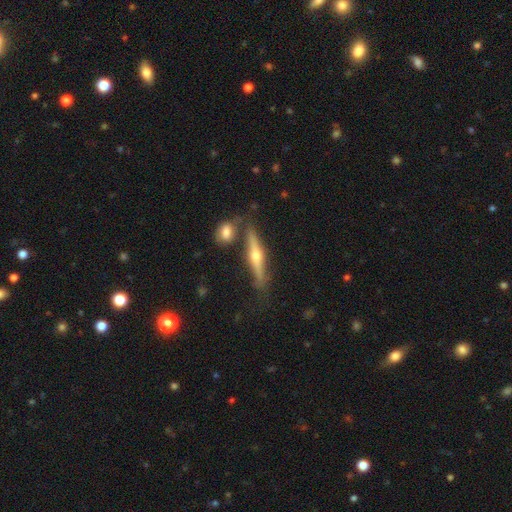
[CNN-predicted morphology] featured or disk 72%, smooth 22%, star or artifact 6%. Down the decision tree: edge-on disk — yes (94%); edge-on bulge — rounded (91%); merging — none (74%).